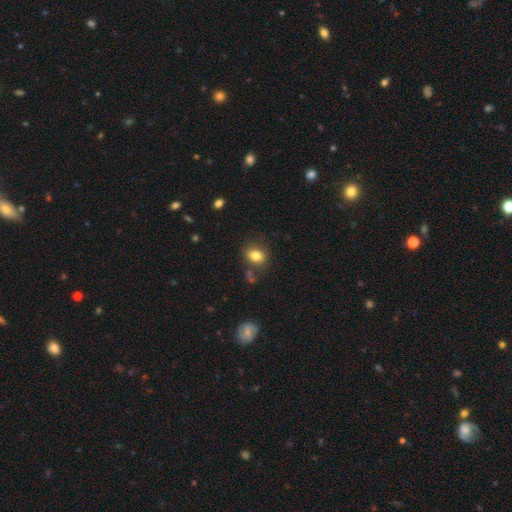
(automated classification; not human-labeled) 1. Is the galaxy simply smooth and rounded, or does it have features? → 81% smooth, 10% star or artifact, 9% featured or disk.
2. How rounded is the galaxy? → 64% in between, 35% round, 1% cigar-shaped.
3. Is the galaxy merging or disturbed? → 73% none, 16% minor disturbance, 6% merger, 5% major disturbance.